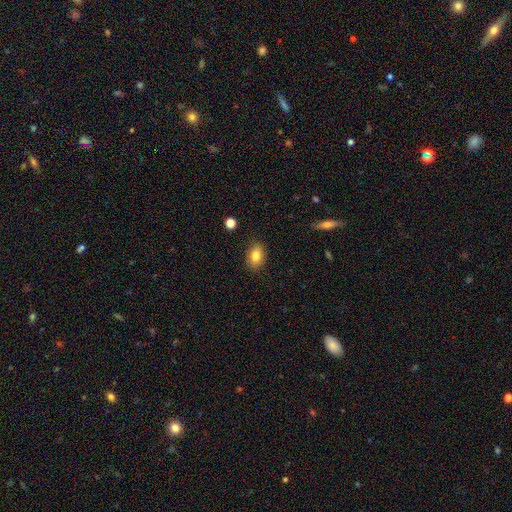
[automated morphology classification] Overall: smooth (83%). How rounded: in between (83%). Merging: none (86%).